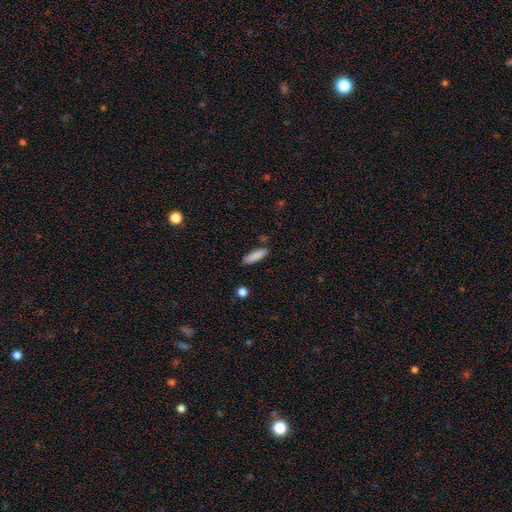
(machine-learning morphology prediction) smooth 87%, star or artifact 7%, featured or disk 6%. Down the decision tree: how rounded — cigar-shaped (54%); merging — none (85%).